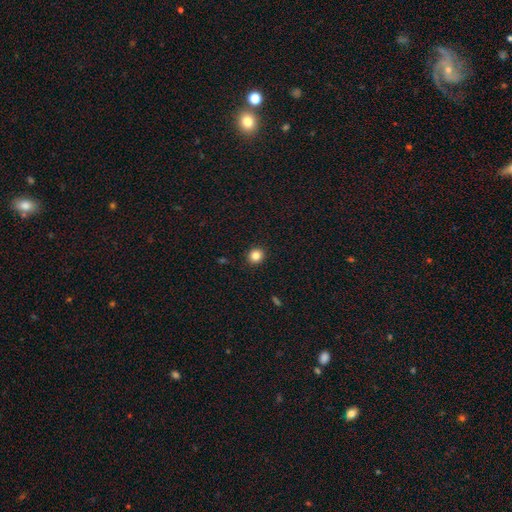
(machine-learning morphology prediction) This is clearly a smooth galaxy (84%). How rounded: clearly round (88%). Merging: clearly none (92%).